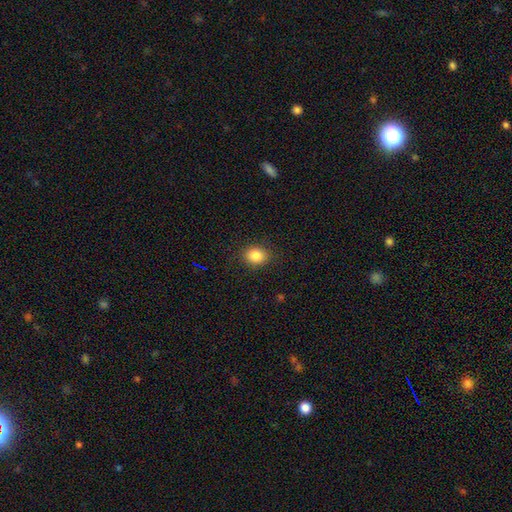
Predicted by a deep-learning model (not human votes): Q: Smooth or featured?
A: smooth (85%); runner-up: star or artifact (10%)
Q: How rounded?
A: round (57%); runner-up: in between (42%)
Q: Merging?
A: none (88%); runner-up: minor disturbance (9%)